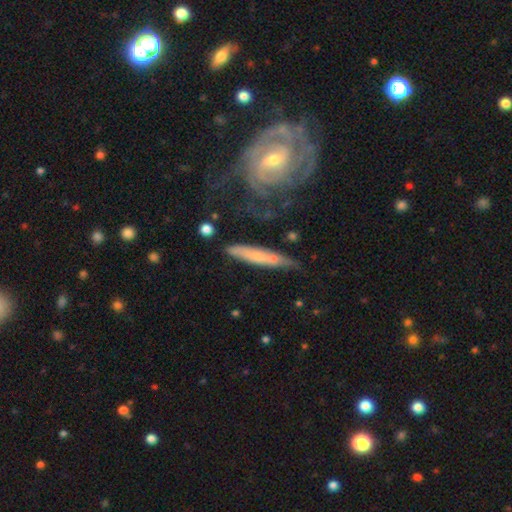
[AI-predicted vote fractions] Overall: smooth (47%; featured or disk 46%). Merging: none (64%).